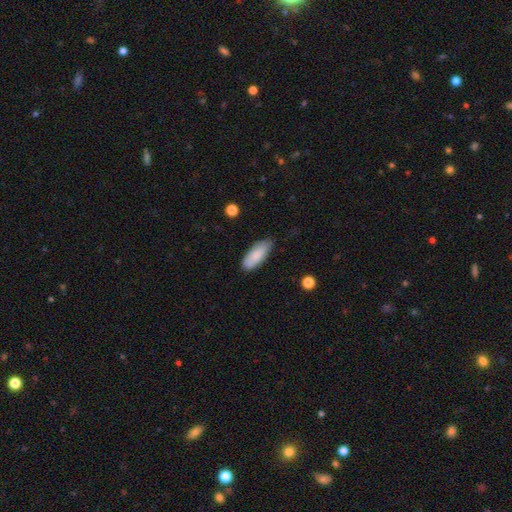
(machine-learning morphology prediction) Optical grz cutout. It shows a smooth galaxy with no disk features (86%) that is in between round and cigar-shaped (78%). Merging: none (77%).